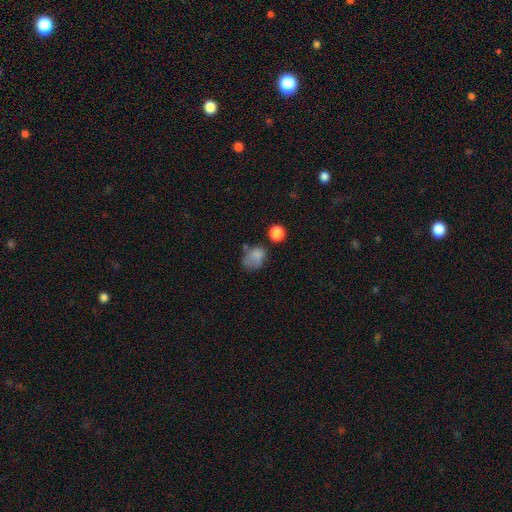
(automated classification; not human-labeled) Smooth or featured? Predicted: smooth (p=0.77). How rounded? Predicted: in between (p=0.63). Merging? Predicted: none (p=0.39).